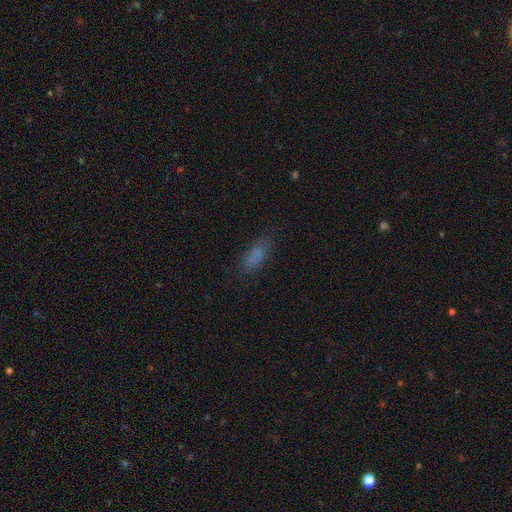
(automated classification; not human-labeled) Smooth or featured? Predicted: smooth (p=0.80). How rounded? Predicted: in between (p=0.78). Merging? Predicted: none (p=0.75).